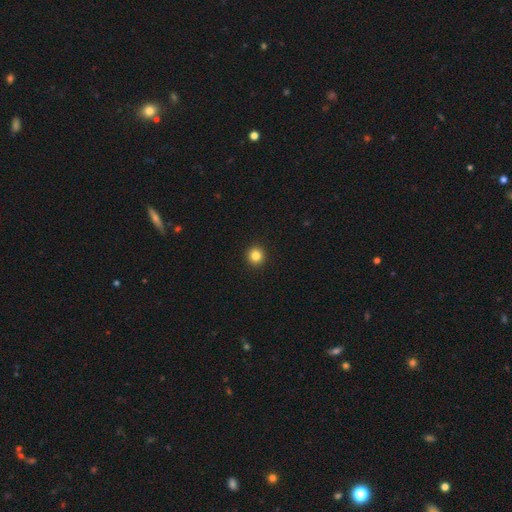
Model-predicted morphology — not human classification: A smooth galaxy with no disk features (84%) that is round (94%). Merging: none (94%).